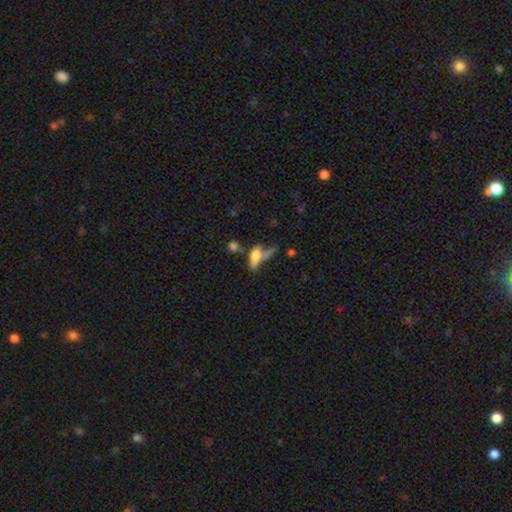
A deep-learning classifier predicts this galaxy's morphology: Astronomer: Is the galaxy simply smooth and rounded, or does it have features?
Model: smooth — 59%.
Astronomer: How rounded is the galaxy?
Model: in between — 57% (runner-up: cigar-shaped, 37%).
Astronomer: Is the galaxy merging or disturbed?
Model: none — 36% (runner-up: merger, 32%).